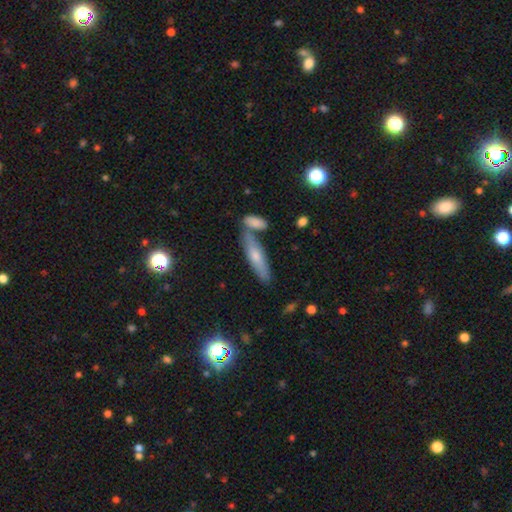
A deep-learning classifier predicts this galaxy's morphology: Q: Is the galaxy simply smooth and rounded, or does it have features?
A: smooth — 46%.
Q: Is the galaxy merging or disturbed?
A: none — 68%.